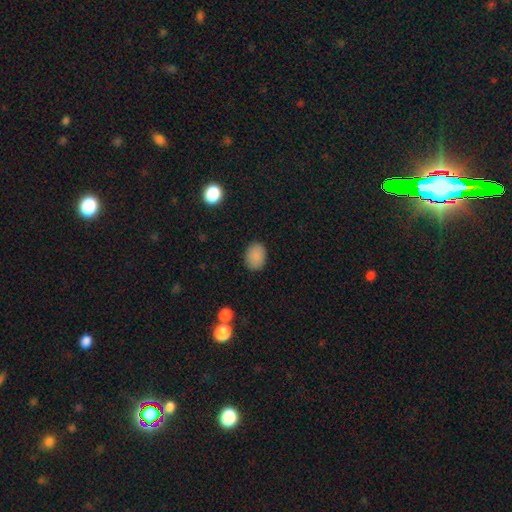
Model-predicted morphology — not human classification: smooth-or-featured: smooth: 87% | star or artifact: 9% | featured or disk: 4%
  how-rounded: in between: 65% | round: 34% | cigar-shaped: 1%
  merging: none: 86% | minor disturbance: 10% | major disturbance: 3% | merger: 1%